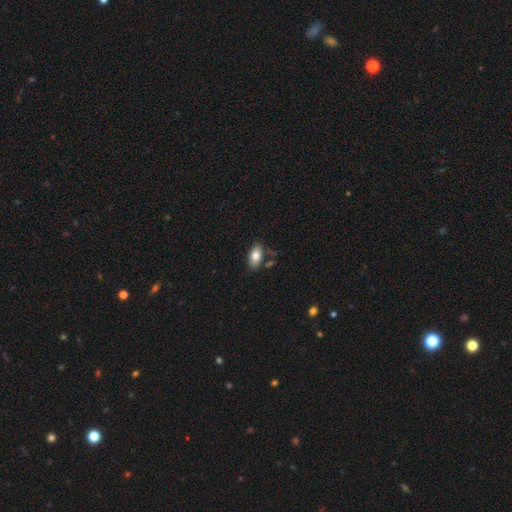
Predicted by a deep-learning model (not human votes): Q: Smooth or featured?
A: smooth (79%); runner-up: featured or disk (14%)
Q: How rounded?
A: in between (92%); runner-up: cigar-shaped (5%)
Q: Merging?
A: none (74%); runner-up: minor disturbance (15%)